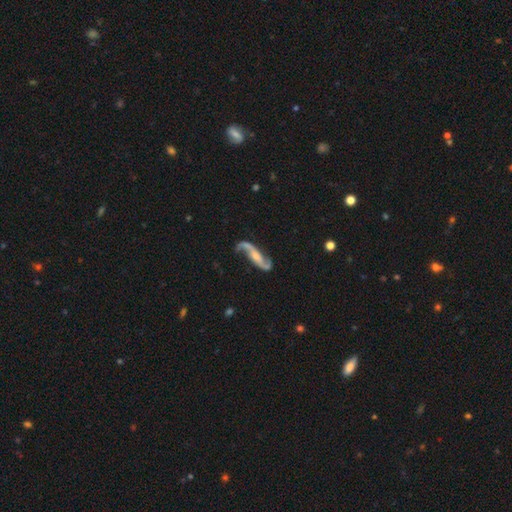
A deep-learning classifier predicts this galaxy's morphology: smooth_or_featured: featured or disk (p=0.88) [alt: smooth p=0.07]
disk_edge_on: no (p=0.91) [alt: yes p=0.09]
bar: no (p=0.44) [alt: weak p=0.34]
has_spiral_arms: yes (p=0.96) [alt: no p=0.04]
spiral_winding: loose (p=0.77) [alt: medium p=0.18]
spiral_arm_count: 2 (p=0.93) [alt: 1 p=0.03]
bulge_size: small (p=0.40) [alt: moderate p=0.33]
merging: none (p=0.71) [alt: minor disturbance p=0.16]